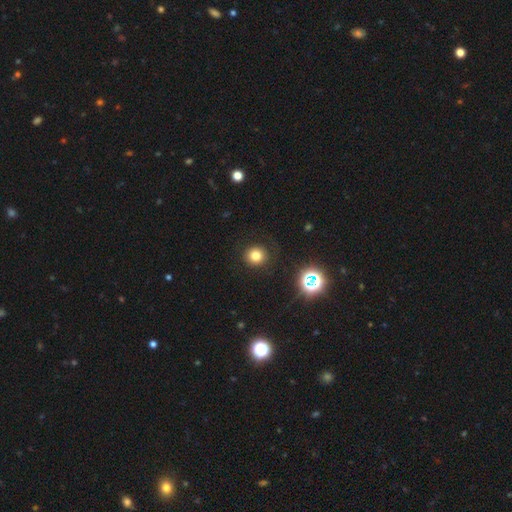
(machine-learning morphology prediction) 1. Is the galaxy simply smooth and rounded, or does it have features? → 78% smooth, 16% star or artifact, 7% featured or disk.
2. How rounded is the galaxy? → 92% round, 7% in between, 1% cigar-shaped.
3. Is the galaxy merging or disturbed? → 89% none, 7% minor disturbance, 3% major disturbance, 1% merger.